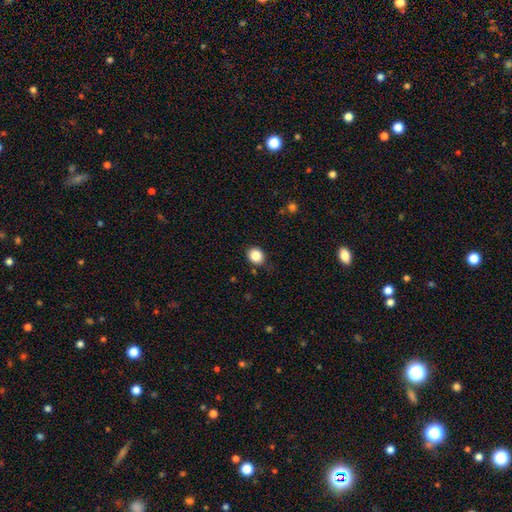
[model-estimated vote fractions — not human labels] Q: Smooth or featured?
A: smooth (85%); runner-up: star or artifact (10%)
Q: How rounded?
A: round (73%); runner-up: in between (27%)
Q: Merging?
A: none (85%); runner-up: minor disturbance (11%)